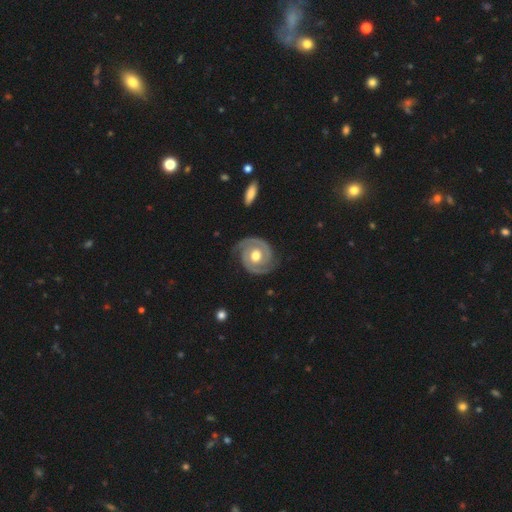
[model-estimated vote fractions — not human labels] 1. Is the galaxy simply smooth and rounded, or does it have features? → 90% featured or disk, 7% smooth, 4% star or artifact.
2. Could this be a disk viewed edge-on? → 98% no, 2% yes.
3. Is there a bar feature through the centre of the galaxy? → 63% no, 27% weak, 10% strong.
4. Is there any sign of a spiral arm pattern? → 97% yes, 3% no.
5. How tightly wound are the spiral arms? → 64% tight, 31% medium, 6% loose.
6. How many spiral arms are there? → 93% 2, 2% can't tell, 2% 1, 1% 3, 1% 4, 1% more than 4.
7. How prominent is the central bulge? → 76% moderate, 16% large, 6% small, 1% dominant, 1% none.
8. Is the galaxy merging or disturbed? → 82% none, 13% minor disturbance, 4% major disturbance, 1% merger.